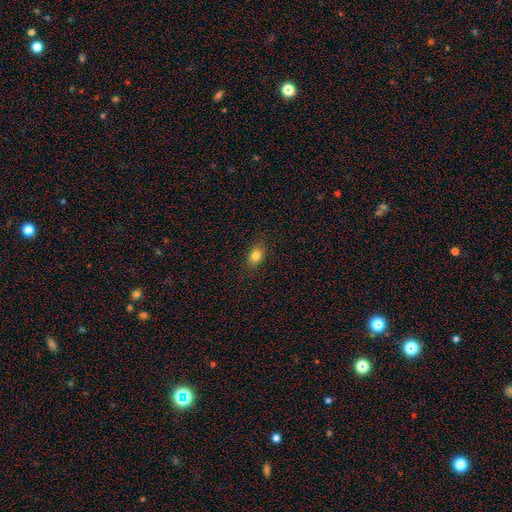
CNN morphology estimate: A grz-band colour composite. It shows a smooth galaxy with no disk features (81%) that is in between round and cigar-shaped (79%). Merging: none (87%).